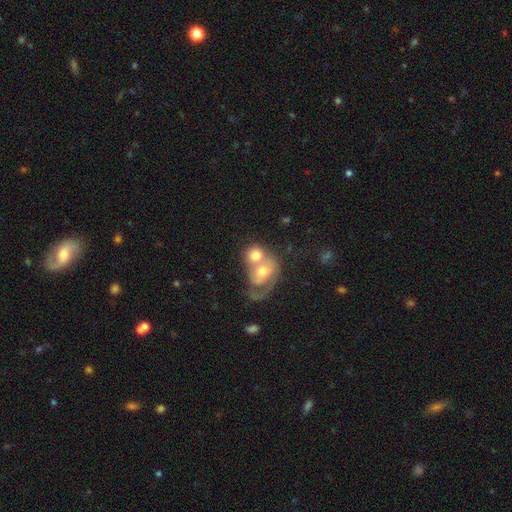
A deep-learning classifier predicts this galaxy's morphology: smooth-or-featured: smooth: 51% | featured or disk: 41% | star or artifact: 8%
  how-rounded: round: 62% | in between: 37% | cigar-shaped: 1%
  merging: merger: 72% | none: 14% | major disturbance: 8% | minor disturbance: 6%